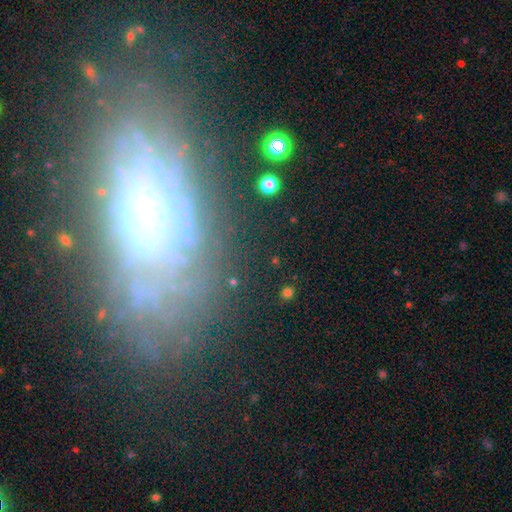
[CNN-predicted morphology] A featured or disk galaxy (69%) with no bar (77%), spiral arms (60%) and a moderate central bulge (47%).

Vote fractions:
- Smooth or featured? featured or disk: 69% / smooth: 19% / star or artifact: 12%
- Edge-on disk? no: 84% / yes: 16%
- Bar? no: 77% / weak: 17% / strong: 6%
- Spiral arms? yes: 60% / no: 40%
- Bulge size? moderate: 47% / small: 22% / large: 21% / none: 7% / dominant: 3%
- Merging? none: 67% / minor disturbance: 19% / major disturbance: 11% / merger: 3%